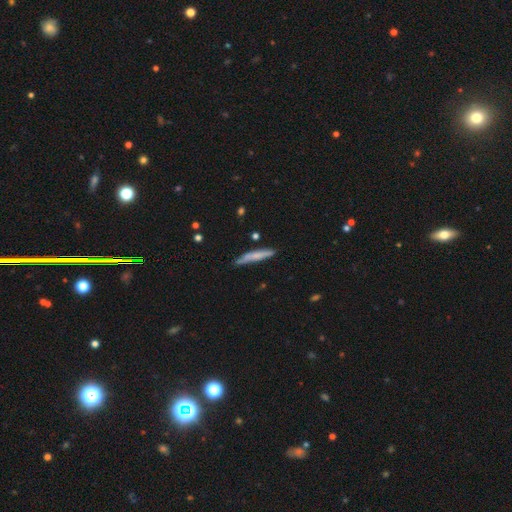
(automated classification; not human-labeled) A smooth galaxy with no disk features (62%) that is cigar-shaped (93%).

Vote fractions:
- Smooth or featured? smooth: 62% / featured or disk: 32% / star or artifact: 6%
- How rounded? cigar-shaped: 93% / in between: 5% / round: 1%
- Merging? none: 76% / minor disturbance: 18% / major disturbance: 3% / merger: 3%